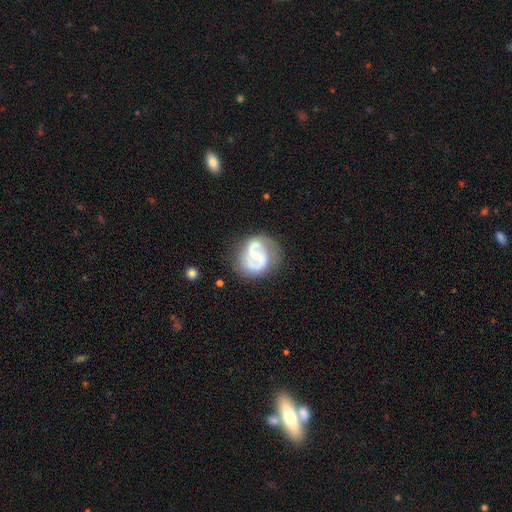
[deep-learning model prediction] Smooth or featured? Predicted: featured or disk (p=0.78). Edge-on disk? Predicted: no (p=0.97). Bar? Predicted: weak (p=0.43). Spiral arms? Predicted: yes (p=0.84). Spiral winding? Predicted: medium (p=0.46). Spiral arm count? Predicted: 2 (p=0.80). Bulge size? Predicted: small (p=0.48). Merging? Predicted: none (p=0.67).